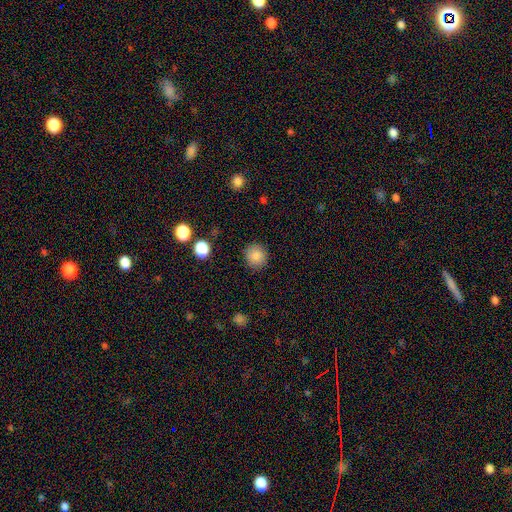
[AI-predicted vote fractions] Smooth or featured?
  - smooth: 85% *
  - star or artifact: 10%
  - featured or disk: 5%
How rounded?
  - round: 87% *
  - in between: 12%
  - cigar-shaped: 1%
Merging?
  - none: 89% *
  - minor disturbance: 7%
  - major disturbance: 2%
  - merger: 1%